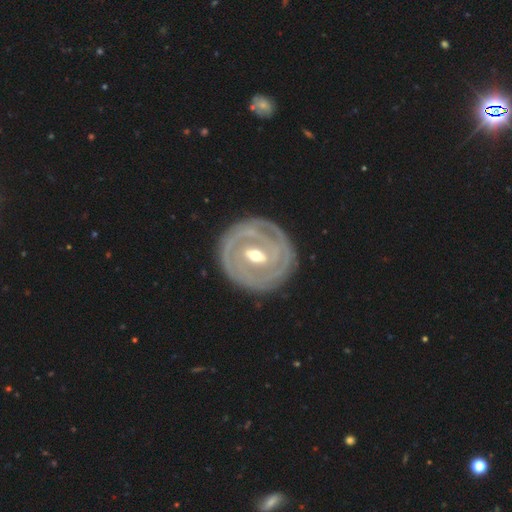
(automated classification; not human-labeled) A featured or disk galaxy (85%) with a strong bar (44%), tight (86%) spiral arms (86%) and a moderate central bulge (64%).

Vote fractions:
- Smooth or featured? featured or disk: 85% / smooth: 11% / star or artifact: 4%
- Edge-on disk? no: 95% / yes: 5%
- Bar? strong: 44% / weak: 40% / no: 15%
- Spiral arms? yes: 86% / no: 14%
- Spiral winding? tight: 86% / medium: 11% / loose: 3%
- Spiral arm count? can't tell: 35% / 2: 32% / 3: 14% / 1: 7% / 4: 7% / more than 4: 5%
- Bulge size? moderate: 64% / small: 31% / large: 3% / dominant: 1% / none: 1%
- Merging? none: 82% / minor disturbance: 12% / major disturbance: 4% / merger: 2%